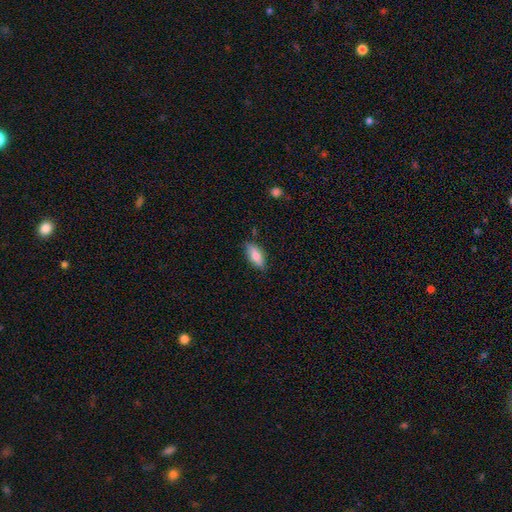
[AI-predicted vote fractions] smooth_or_featured: smooth (p=0.79) [alt: featured or disk p=0.14]
how_rounded: in between (p=0.77) [alt: cigar-shaped p=0.20]
merging: none (p=0.80) [alt: minor disturbance p=0.16]